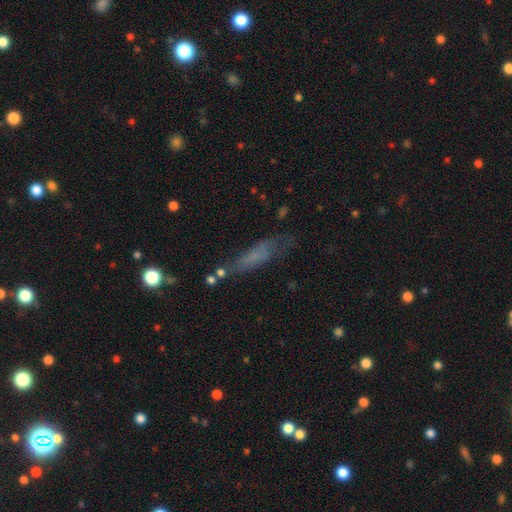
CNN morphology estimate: Smooth or featured? smooth (58%)
How rounded? cigar-shaped (69%)
Merging? none (58%)